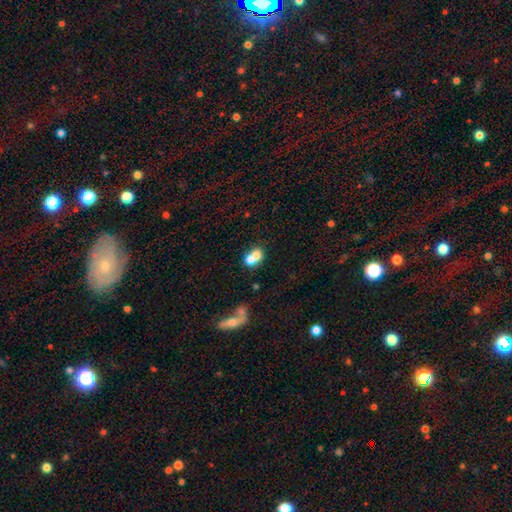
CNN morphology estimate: Smooth or featured: smooth — 67% (featured or disk — 23%)
How rounded: round — 51% (in between — 47%)
Merging: merger — 66% (none — 22%)